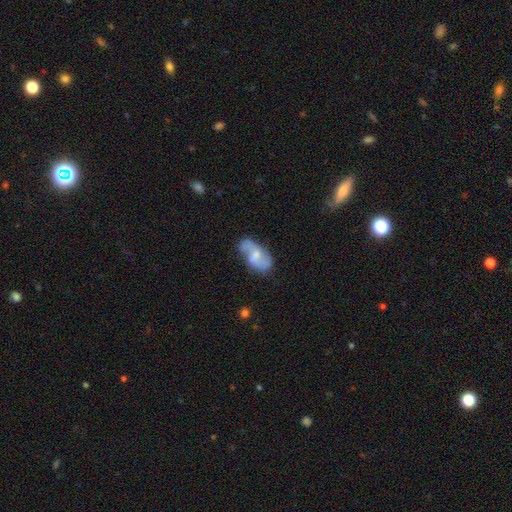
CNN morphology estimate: smooth_or_featured: featured or disk (p=0.65) [alt: smooth p=0.29]
disk_edge_on: no (p=0.96) [alt: yes p=0.04]
bar: no (p=0.46) [alt: weak p=0.45]
has_spiral_arms: yes (p=0.86) [alt: no p=0.14]
spiral_winding: loose (p=0.53) [alt: medium p=0.36]
spiral_arm_count: 2 (p=0.84) [alt: can't tell p=0.08]
bulge_size: moderate (p=0.45) [alt: small p=0.41]
merging: none (p=0.59) [alt: minor disturbance p=0.26]